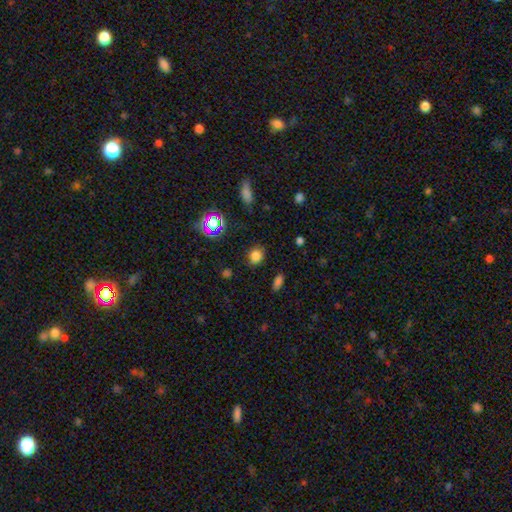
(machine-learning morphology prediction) Smooth or featured? smooth (77%)
How rounded? round (64%)
Merging? none (83%)